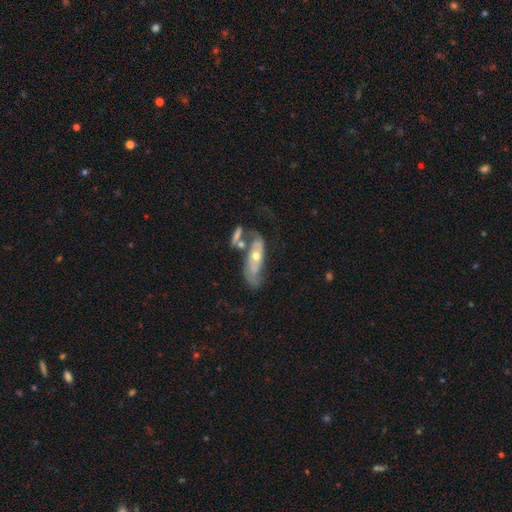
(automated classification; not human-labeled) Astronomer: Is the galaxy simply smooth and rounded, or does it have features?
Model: featured or disk — 60%.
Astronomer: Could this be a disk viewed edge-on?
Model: no — 78%.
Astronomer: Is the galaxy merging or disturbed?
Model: none — 36% (runner-up: merger, 26%).